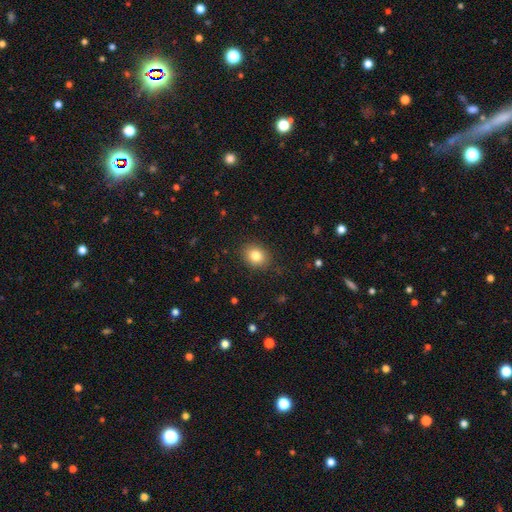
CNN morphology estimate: The model was most divided on "how rounded": round: 58%, in between: 41%, cigar-shaped: 1%. More confident: merging — none (88%); smooth or featured — smooth (81%).